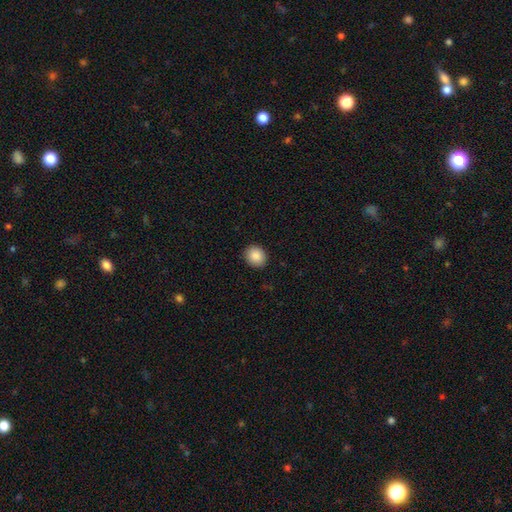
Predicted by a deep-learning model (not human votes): The model was most divided on "how rounded": round: 71%, in between: 28%, cigar-shaped: 1%. More confident: merging — none (91%); smooth or featured — smooth (88%).